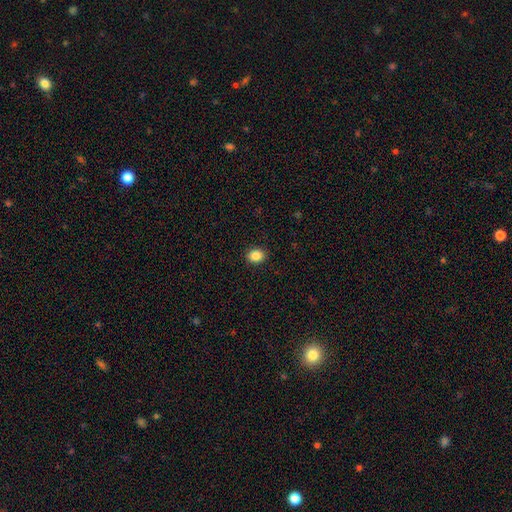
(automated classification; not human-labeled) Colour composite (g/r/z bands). It shows a smooth galaxy with no disk features (86%) that is round (57%). Merging: none (91%).